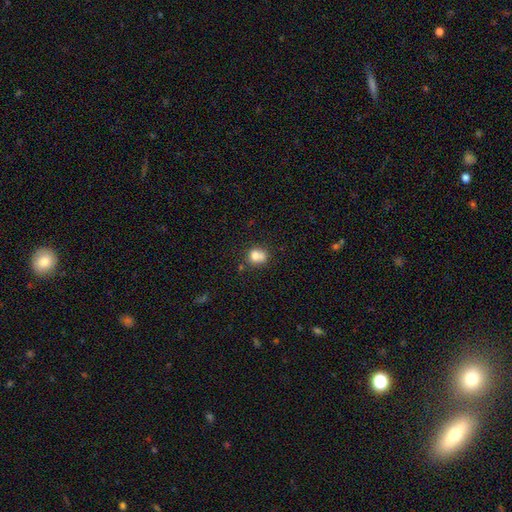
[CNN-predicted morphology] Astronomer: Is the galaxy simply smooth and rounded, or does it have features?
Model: smooth — 73%.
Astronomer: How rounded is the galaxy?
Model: round — 70%.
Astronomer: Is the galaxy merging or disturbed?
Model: none — 41% (runner-up: merger, 37%).